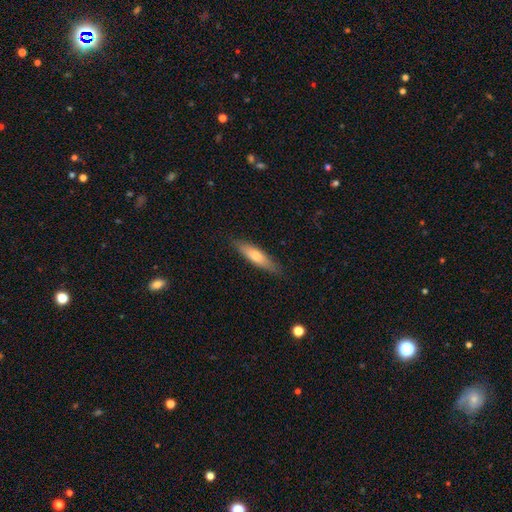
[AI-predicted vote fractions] Smooth or featured?
  - smooth: 63% *
  - featured or disk: 31%
  - star or artifact: 6%
How rounded?
  - cigar-shaped: 73% *
  - in between: 26%
  - round: 2%
Merging?
  - none: 86% *
  - minor disturbance: 11%
  - major disturbance: 2%
  - merger: 1%